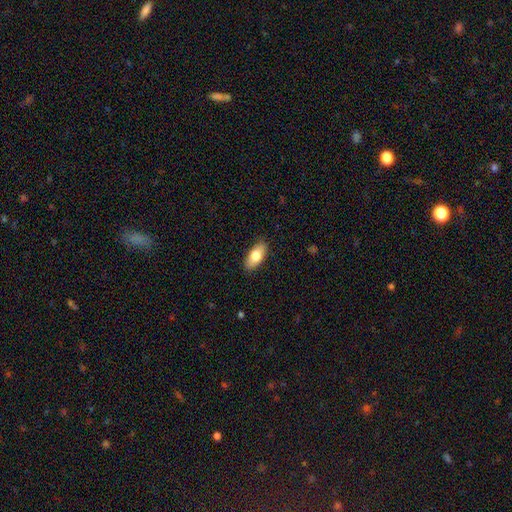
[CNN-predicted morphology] smooth_or_featured: smooth (p=0.76) [alt: featured or disk p=0.18]
how_rounded: in between (p=0.88) [alt: cigar-shaped p=0.09]
merging: none (p=0.88) [alt: minor disturbance p=0.09]